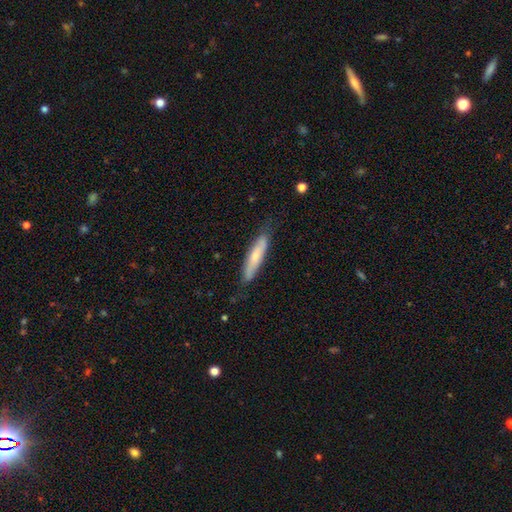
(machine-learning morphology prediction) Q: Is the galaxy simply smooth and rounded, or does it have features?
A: smooth — 58%.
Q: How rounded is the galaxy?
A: cigar-shaped — 79%.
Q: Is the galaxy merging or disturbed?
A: none — 75%.